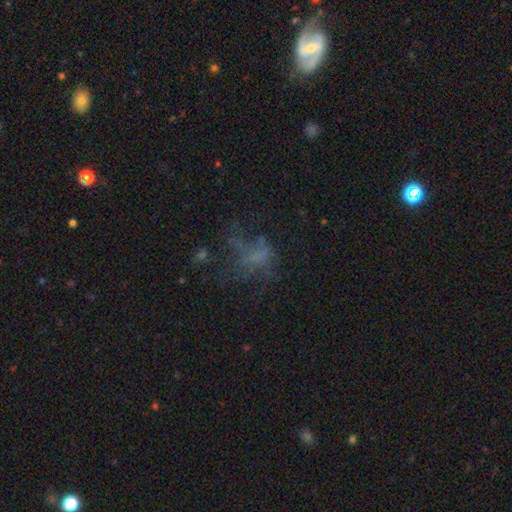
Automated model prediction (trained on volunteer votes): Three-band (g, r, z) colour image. It shows a featured or disk galaxy (38%). Merging: none (42%).